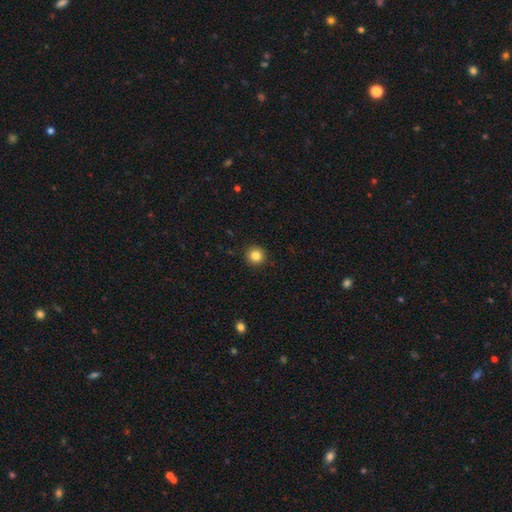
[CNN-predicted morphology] This is clearly a smooth galaxy (83%). How rounded: clearly round (95%). Merging: clearly none (93%).